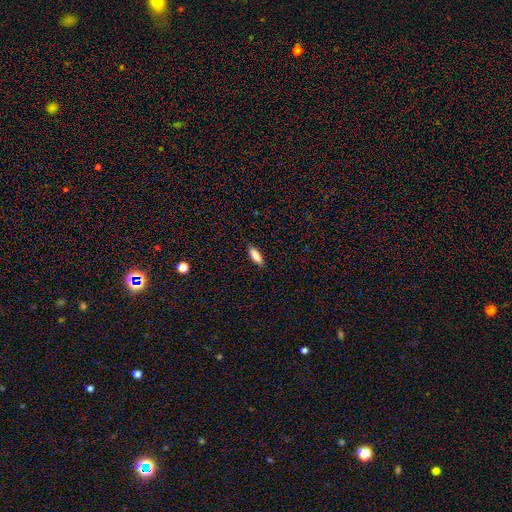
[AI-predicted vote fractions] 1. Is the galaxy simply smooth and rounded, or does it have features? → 86% smooth, 7% featured or disk, 7% star or artifact.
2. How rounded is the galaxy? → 68% in between, 30% cigar-shaped, 2% round.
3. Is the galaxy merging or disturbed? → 88% none, 9% minor disturbance, 2% major disturbance, 1% merger.